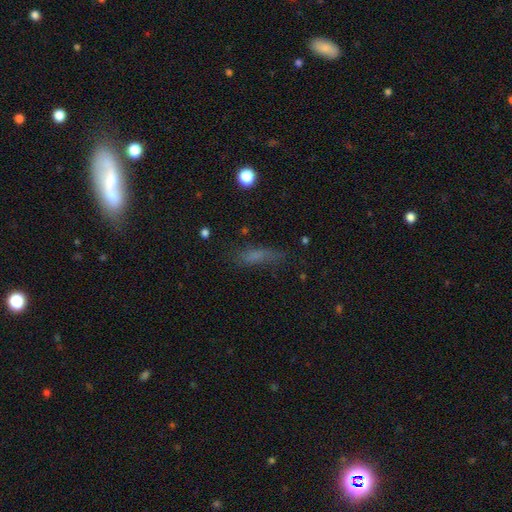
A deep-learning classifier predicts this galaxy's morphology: smooth_or_featured: smooth (p=0.66) [alt: featured or disk p=0.17]
how_rounded: cigar-shaped (p=0.61) [alt: in between p=0.35]
merging: none (p=0.62) [alt: minor disturbance p=0.24]